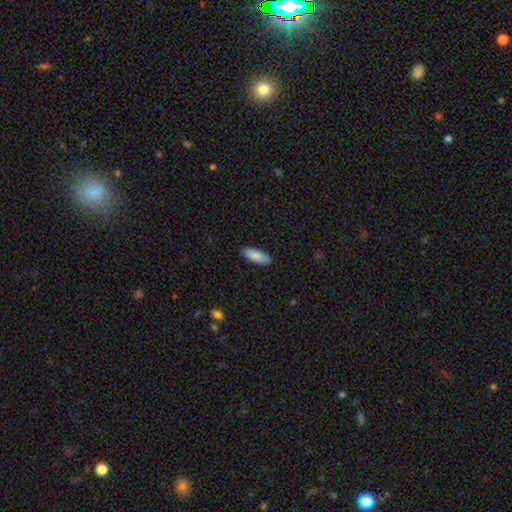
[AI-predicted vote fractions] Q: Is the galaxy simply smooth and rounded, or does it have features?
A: smooth — 86%.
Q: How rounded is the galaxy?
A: in between — 68%.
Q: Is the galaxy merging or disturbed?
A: none — 90%.